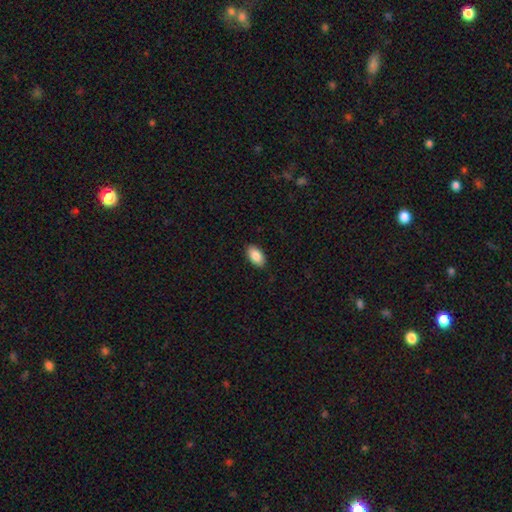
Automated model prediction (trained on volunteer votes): A smooth galaxy with no disk features (87%) that is in between round and cigar-shaped (94%). Merging: none (88%).